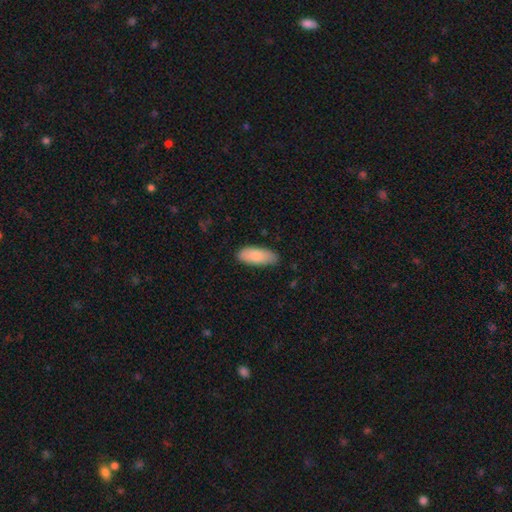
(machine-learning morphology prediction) A smooth galaxy with no disk features (83%) that is in between round and cigar-shaped (83%). Merging: none (80%).